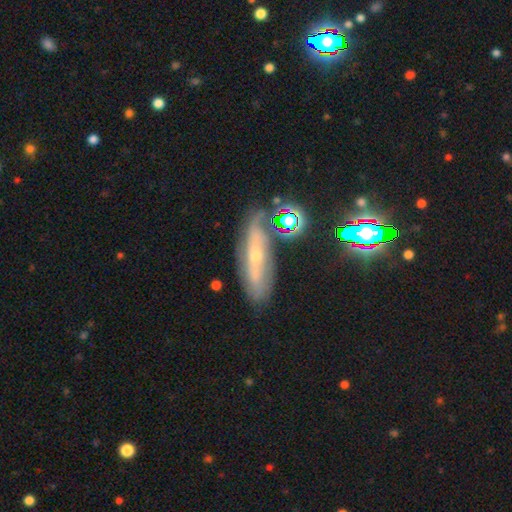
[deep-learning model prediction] Smooth or featured?
  - featured or disk: 60% *
  - smooth: 24%
  - star or artifact: 17%
Edge-on disk?
  - no: 63% *
  - yes: 37%
Merging?
  - none: 70% *
  - minor disturbance: 19%
  - major disturbance: 6%
  - merger: 4%